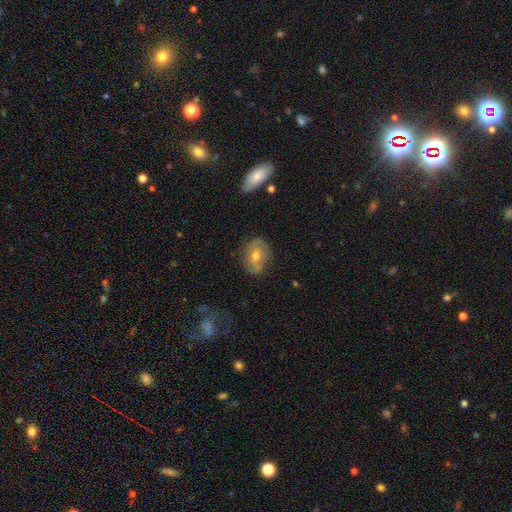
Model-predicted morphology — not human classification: smooth-or-featured: featured or disk: 60% | smooth: 32% | star or artifact: 8%
  disk-edge-on: no: 95% | yes: 5%
    bar: no: 54% | weak: 37% | strong: 9%
    has-spiral-arms: yes: 70% | no: 30%
    bulge-size: moderate: 70% | small: 26% | large: 3% | none: 1% | dominant: 1%
  merging: none: 78% | minor disturbance: 16% | major disturbance: 5% | merger: 1%